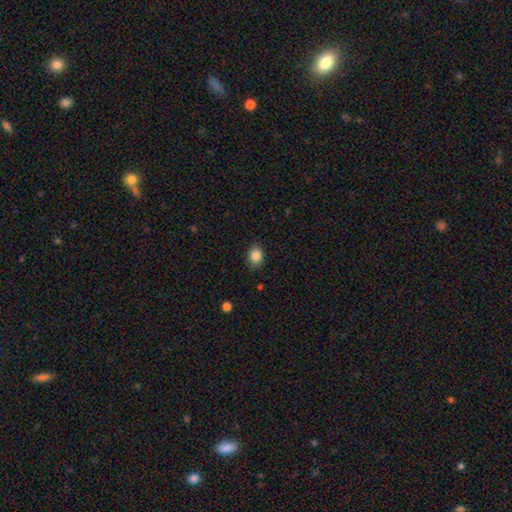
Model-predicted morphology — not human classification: This appears to be a smooth galaxy with no disk features (87%) that is in between round and cigar-shaped (57%). Merging: none (85%).